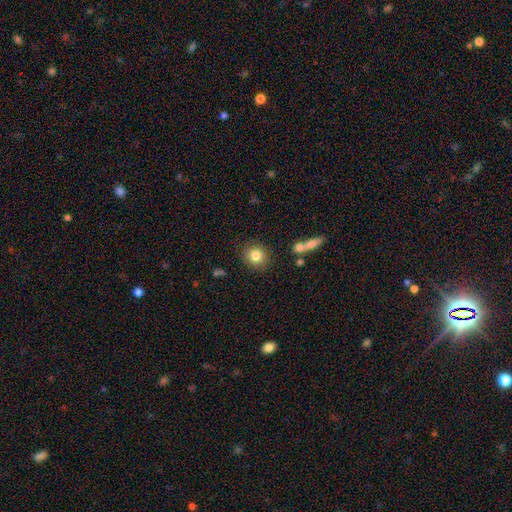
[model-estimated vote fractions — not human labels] Smooth or featured? smooth (83%)
How rounded? round (87%)
Merging? none (86%)